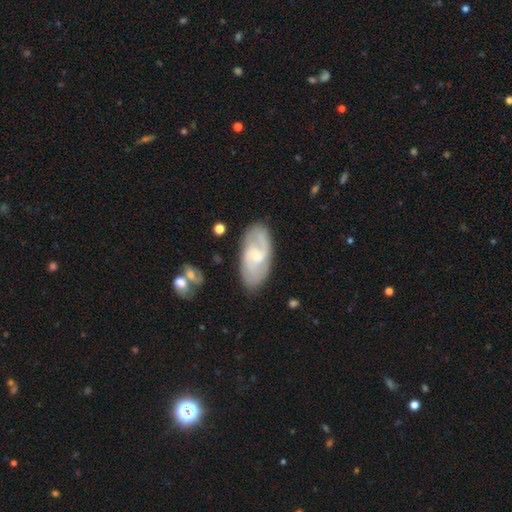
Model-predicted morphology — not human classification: This appears to be a featured or disk galaxy (78%) with no bar (47%), 2 (68%) medium (48%) spiral arms (94%) and a small central bulge (67%). Merging: none (81%).